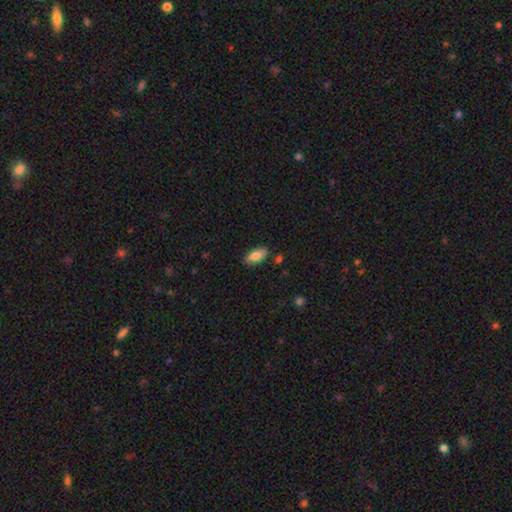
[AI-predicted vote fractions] This appears to be a smooth galaxy with no disk features (81%) that is in between round and cigar-shaped (85%). Merging: none (85%).